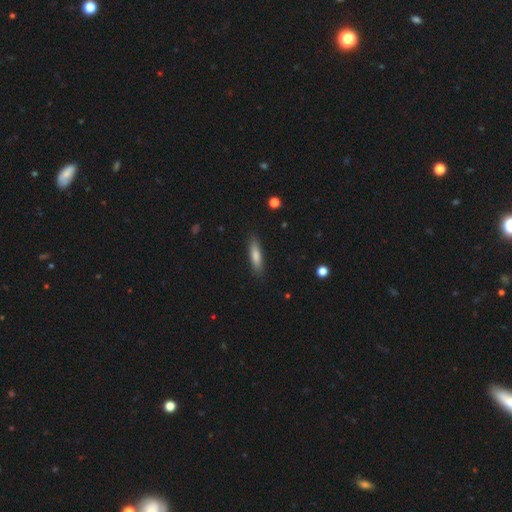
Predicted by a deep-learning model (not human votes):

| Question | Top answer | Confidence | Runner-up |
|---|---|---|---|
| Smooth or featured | smooth | 79% | featured or disk (14%) |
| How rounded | cigar-shaped | 72% | in between (27%) |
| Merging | none | 87% | minor disturbance (9%) |